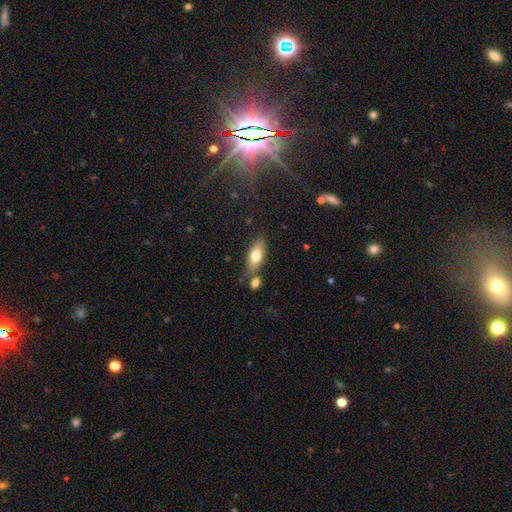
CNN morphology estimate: This appears to be a smooth galaxy with no disk features (70%) that is in between round and cigar-shaped (74%). Merging: none (67%).